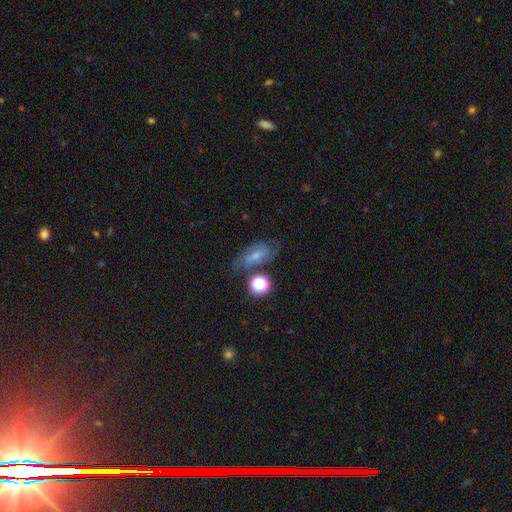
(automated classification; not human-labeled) Smooth or featured?
  - featured or disk: 50% *
  - smooth: 34%
  - star or artifact: 15%
Edge-on disk?
  - no: 92% *
  - yes: 8%
Merging?
  - none: 59% *
  - minor disturbance: 21%
  - major disturbance: 12%
  - merger: 9%